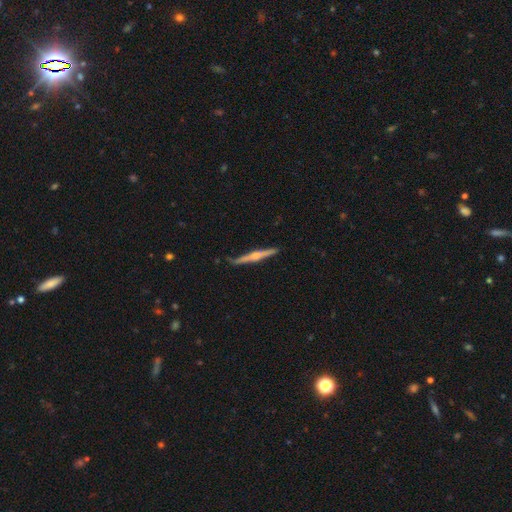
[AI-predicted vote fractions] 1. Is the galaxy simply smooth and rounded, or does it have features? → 69% featured or disk, 26% smooth, 5% star or artifact.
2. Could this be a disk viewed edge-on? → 98% yes, 2% no.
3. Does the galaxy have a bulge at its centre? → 80% rounded, 12% none, 8% boxy.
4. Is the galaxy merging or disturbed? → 83% none, 13% minor disturbance, 2% major disturbance, 2% merger.